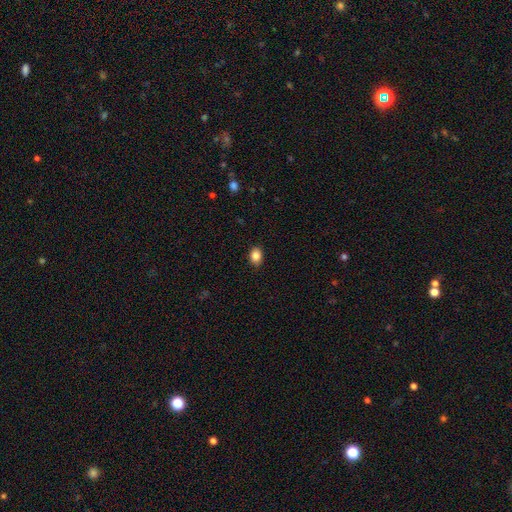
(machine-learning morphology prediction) Smooth or featured: smooth — 86% (star or artifact — 9%)
How rounded: in between — 63% (round — 36%)
Merging: none — 89% (minor disturbance — 8%)